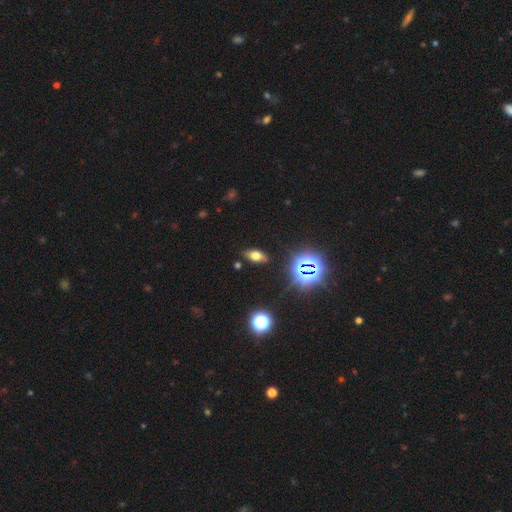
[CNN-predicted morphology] The model was most divided on "smooth or featured": smooth: 58%, star or artifact: 23%, featured or disk: 19%. More confident: merging — none (86%); how rounded — in between (80%).